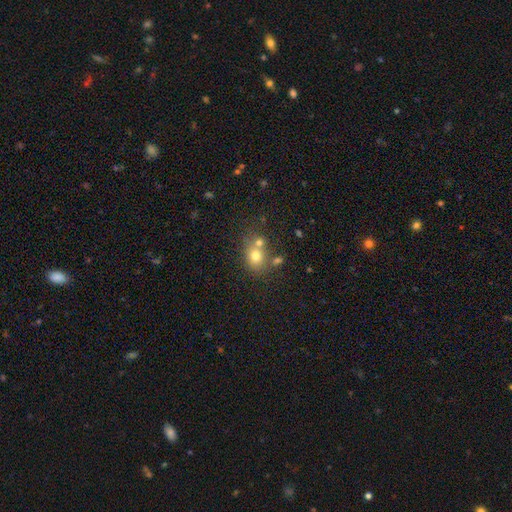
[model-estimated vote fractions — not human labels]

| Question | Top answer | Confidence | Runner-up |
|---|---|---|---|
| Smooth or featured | smooth | 72% | featured or disk (14%) |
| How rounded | round | 59% | in between (40%) |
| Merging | none | 52% | merger (31%) |